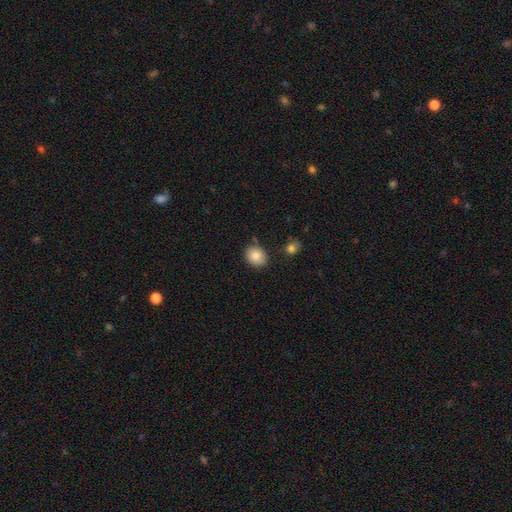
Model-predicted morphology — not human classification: smooth 85%, star or artifact 8%, featured or disk 6%. Down the decision tree: how rounded — round (58%); merging — none (82%).